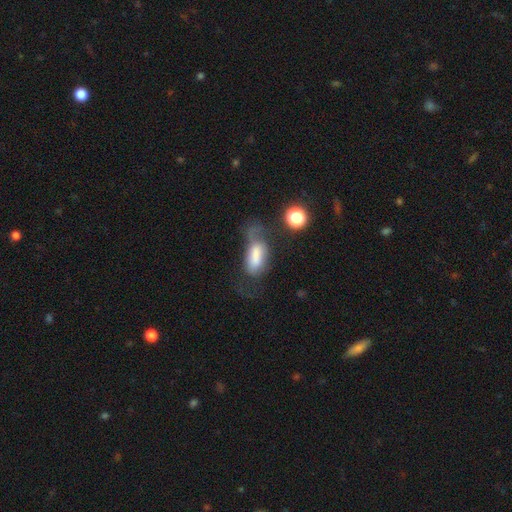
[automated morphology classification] This appears to be a smooth galaxy with no disk features (64%) that is in between round and cigar-shaped (86%). Merging: major disturbance (44%).